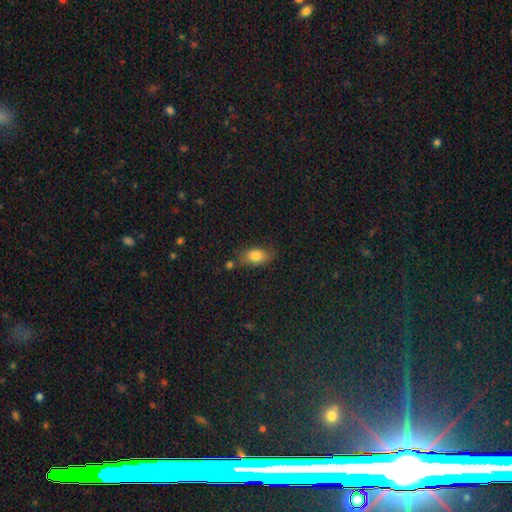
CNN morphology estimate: Q: Smooth or featured?
A: smooth (81%); runner-up: featured or disk (10%)
Q: How rounded?
A: in between (86%); runner-up: round (10%)
Q: Merging?
A: none (67%); runner-up: minor disturbance (22%)